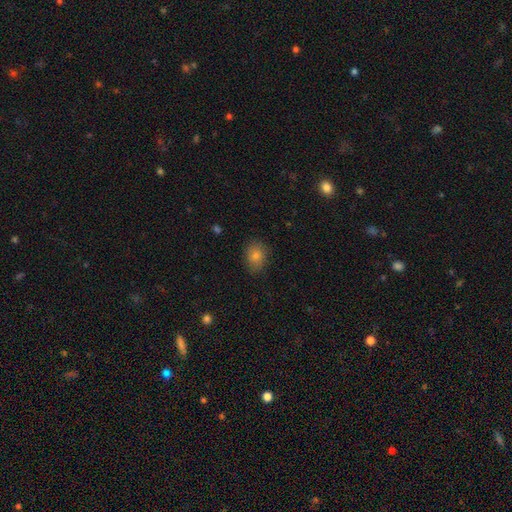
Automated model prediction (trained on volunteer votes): Morphology: type=smooth (75%); roundness=round (53%); merging=none (82%).